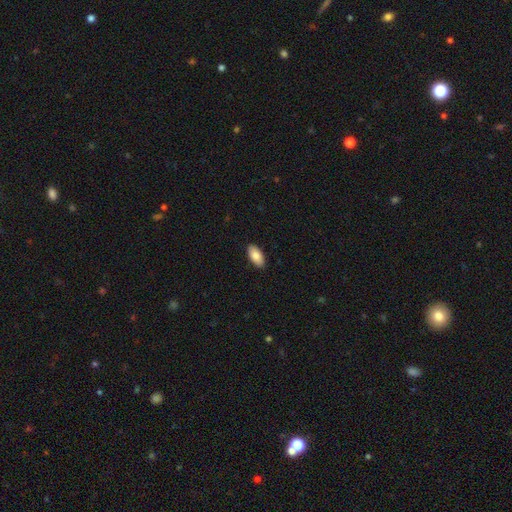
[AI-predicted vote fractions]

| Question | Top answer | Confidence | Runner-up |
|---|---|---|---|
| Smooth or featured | smooth | 84% | featured or disk (10%) |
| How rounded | in between | 93% | cigar-shaped (5%) |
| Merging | none | 90% | minor disturbance (7%) |